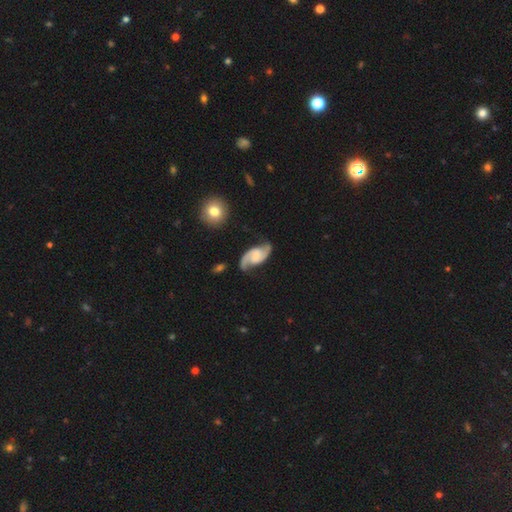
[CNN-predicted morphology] This appears to be a featured or disk galaxy (89%) with no bar (45%), 2 (93%) medium (46%) spiral arms (98%) and no central bulge (38%). Merging: none (75%).